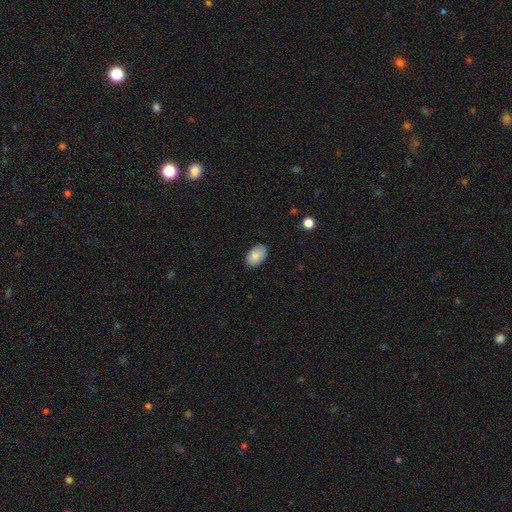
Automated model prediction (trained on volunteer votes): Q: Smooth or featured?
A: smooth (85%); runner-up: featured or disk (8%)
Q: How rounded?
A: in between (92%); runner-up: round (7%)
Q: Merging?
A: none (85%); runner-up: minor disturbance (12%)